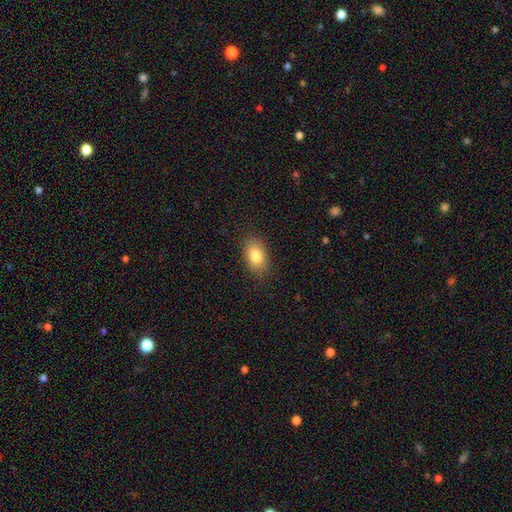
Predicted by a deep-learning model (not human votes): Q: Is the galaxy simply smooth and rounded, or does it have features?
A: smooth — 82%.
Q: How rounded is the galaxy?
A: in between — 87%.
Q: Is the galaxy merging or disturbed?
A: none — 87%.